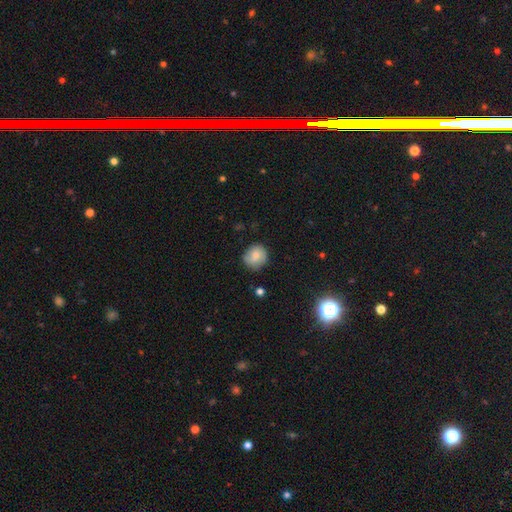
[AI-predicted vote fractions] smooth_or_featured: smooth (p=0.72) [alt: featured or disk p=0.19]
how_rounded: round (p=0.85) [alt: in between p=0.14]
merging: none (p=0.72) [alt: minor disturbance p=0.21]